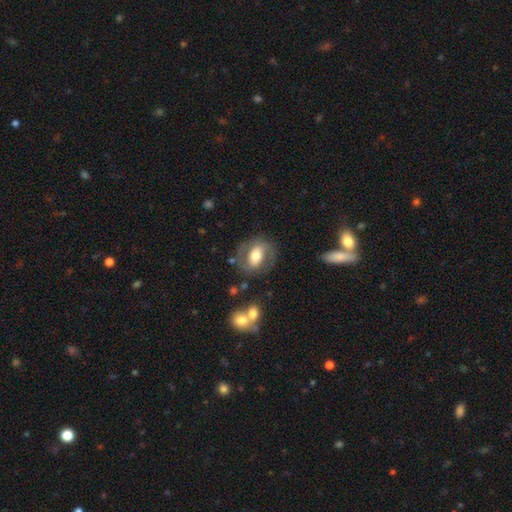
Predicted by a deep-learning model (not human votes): smooth-or-featured: featured or disk: 54% | smooth: 40% | star or artifact: 7%
  disk-edge-on: no: 95% | yes: 5%
    bar: weak: 35% | no: 34% | strong: 31%
    has-spiral-arms: yes: 61% | no: 39%
    bulge-size: moderate: 60% | large: 25% | small: 10% | dominant: 3% | none: 1%
  merging: none: 73% | minor disturbance: 15% | major disturbance: 9% | merger: 4%